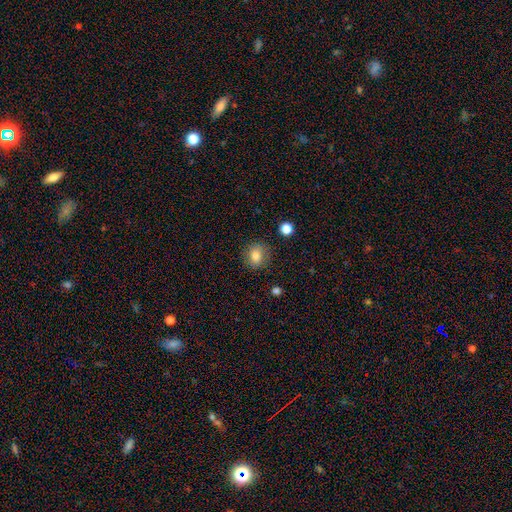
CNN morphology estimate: Overall: smooth (81%). How rounded: round (75%). Merging: none (85%).